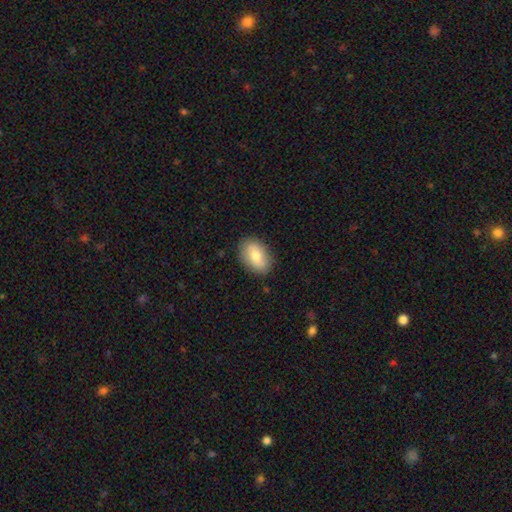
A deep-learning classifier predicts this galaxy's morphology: smooth 73%, featured or disk 20%, star or artifact 7%. Down the decision tree: how rounded — in between (86%); merging — none (85%).